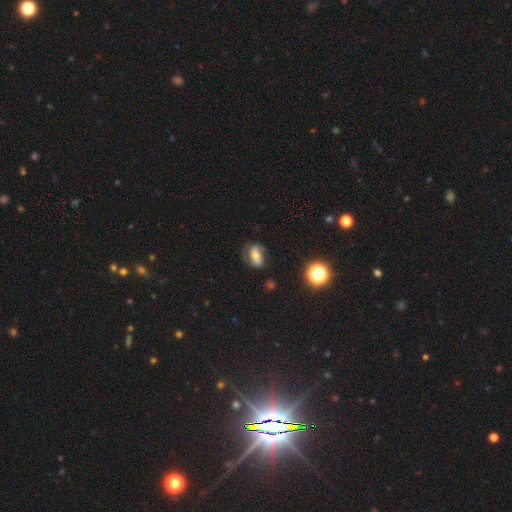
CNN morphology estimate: The model was most divided on "smooth or featured": featured or disk: 47%, smooth: 40%, star or artifact: 13%. More confident: merging — none (58%).